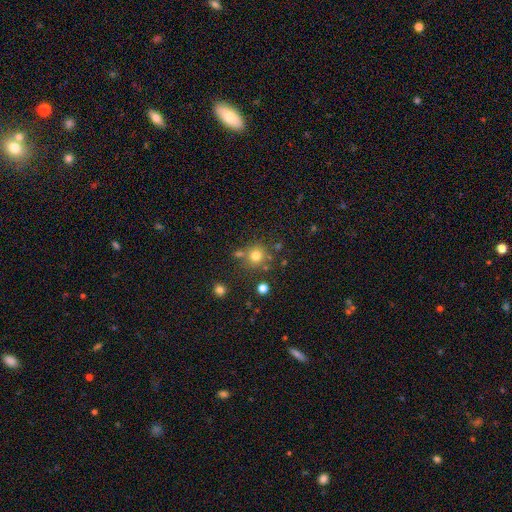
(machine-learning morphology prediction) Smooth or featured? smooth (75%)
How rounded? round (91%)
Merging? none (72%)